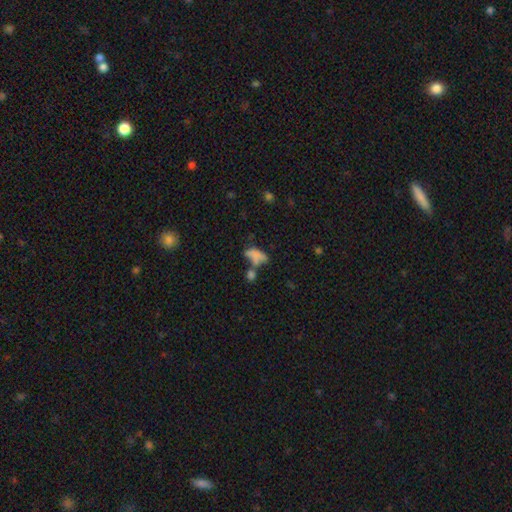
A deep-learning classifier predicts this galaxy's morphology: This appears to be a smooth galaxy with no disk features (68%) that is in between round and cigar-shaped (81%). Merging: merger (36%).